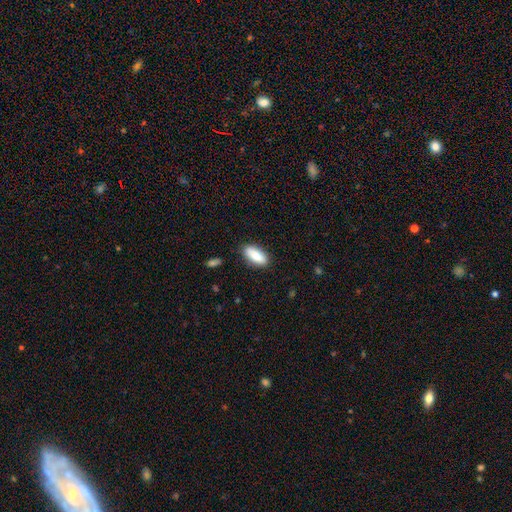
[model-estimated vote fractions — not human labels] A smooth galaxy with no disk features (85%) that is in between round and cigar-shaped (82%). Merging: none (86%).